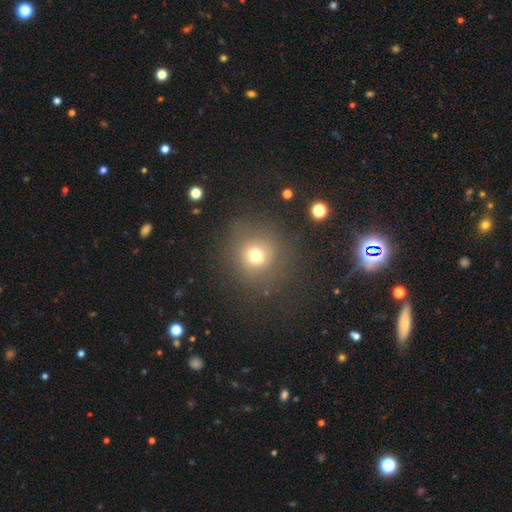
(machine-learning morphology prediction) smooth 70%, star or artifact 18%, featured or disk 12%. Down the decision tree: how rounded — round (90%); merging — none (79%).